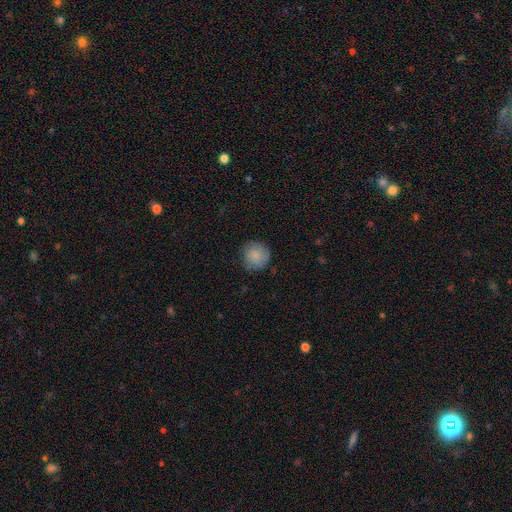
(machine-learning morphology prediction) smooth_or_featured: smooth (p=0.83) [alt: featured or disk p=0.10]
how_rounded: round (p=0.92) [alt: in between p=0.07]
merging: none (p=0.80) [alt: minor disturbance p=0.15]